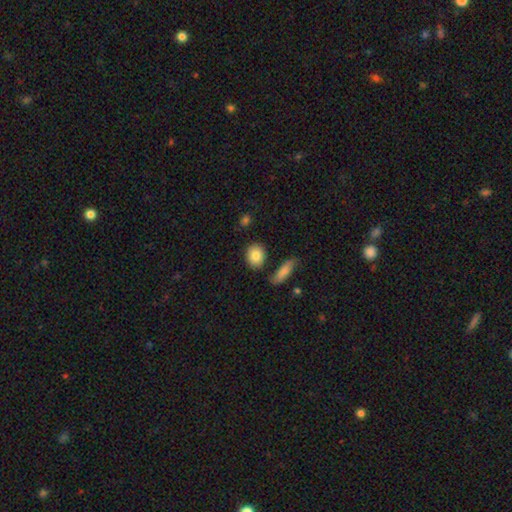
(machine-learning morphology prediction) Q: Smooth or featured?
A: smooth (84%); runner-up: featured or disk (8%)
Q: How rounded?
A: round (55%); runner-up: in between (43%)
Q: Merging?
A: none (78%); runner-up: minor disturbance (12%)